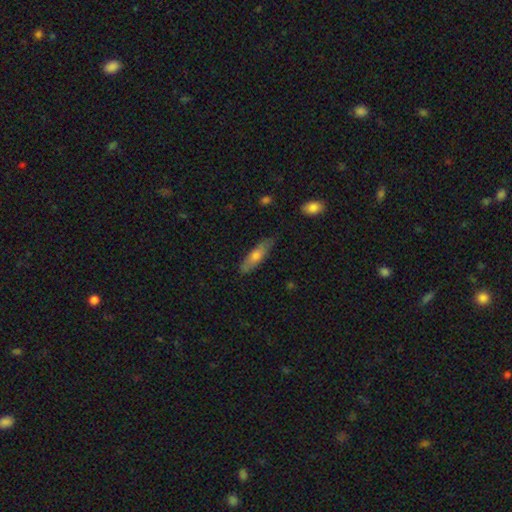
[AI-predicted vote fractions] A smooth galaxy with no disk features (64%) that is cigar-shaped (70%). Merging: none (79%).